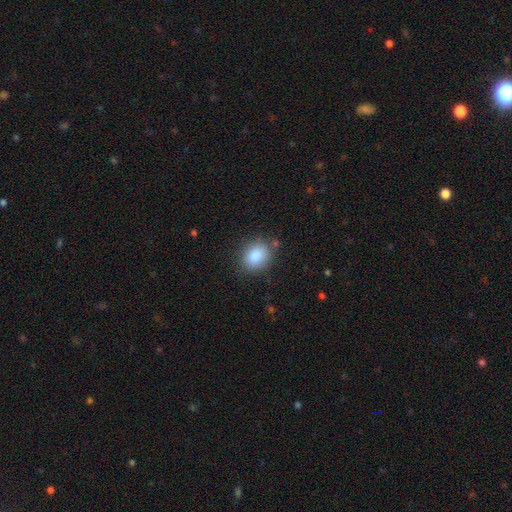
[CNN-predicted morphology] Smooth or featured? smooth (87%)
How rounded? in between (54%)
Merging? none (80%)